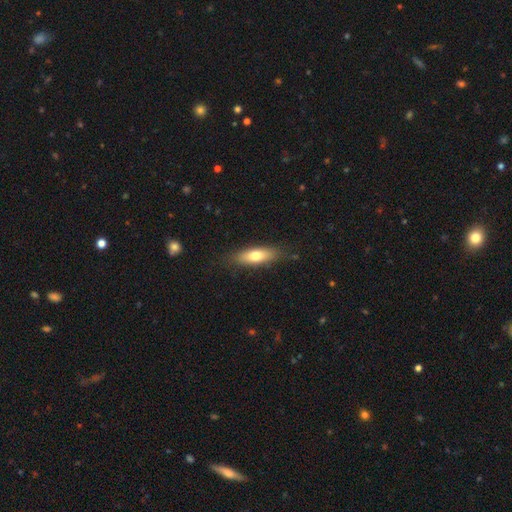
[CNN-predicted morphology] Smooth or featured? smooth (71%)
How rounded? in between (57%)
Merging? none (81%)